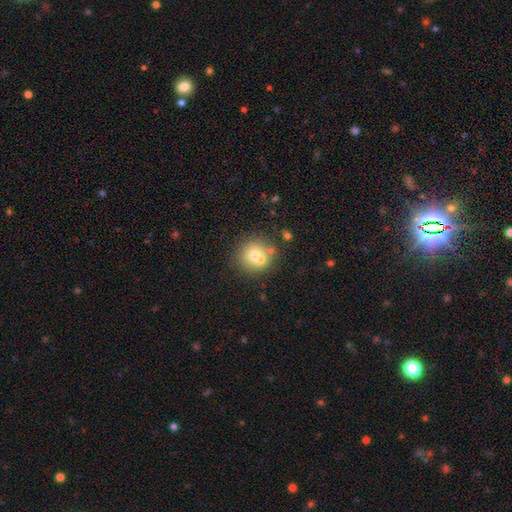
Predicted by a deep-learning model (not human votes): Q: Smooth or featured?
A: smooth (66%); runner-up: featured or disk (22%)
Q: How rounded?
A: round (90%); runner-up: in between (9%)
Q: Merging?
A: none (55%); runner-up: merger (31%)